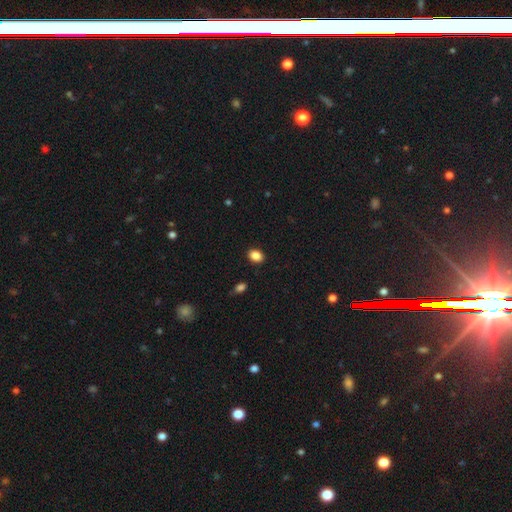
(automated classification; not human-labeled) Q: Smooth or featured?
A: smooth (87%); runner-up: star or artifact (9%)
Q: How rounded?
A: in between (66%); runner-up: round (33%)
Q: Merging?
A: none (90%); runner-up: minor disturbance (7%)